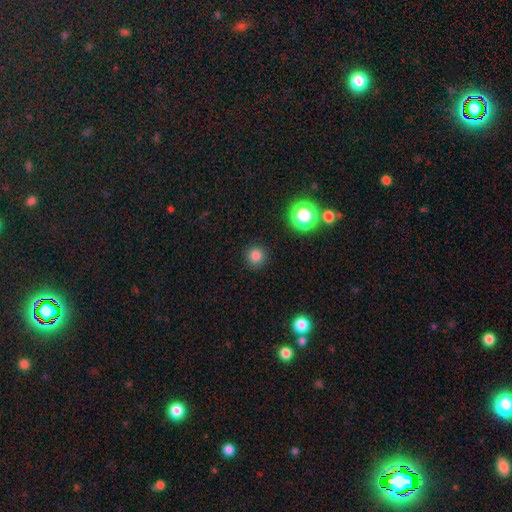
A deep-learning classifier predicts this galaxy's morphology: Smooth or featured: smooth — 81% (star or artifact — 15%)
How rounded: round — 94% (in between — 5%)
Merging: none — 90% (minor disturbance — 6%)